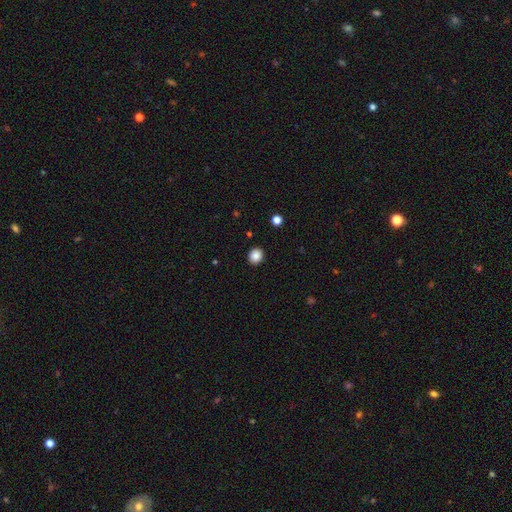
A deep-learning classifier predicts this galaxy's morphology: This is clearly a smooth galaxy (87%). How rounded: likely round (77%). Merging: clearly none (91%).